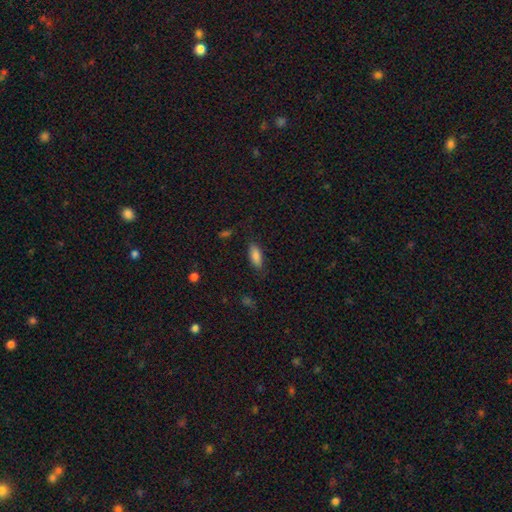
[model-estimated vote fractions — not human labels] This is clearly a smooth galaxy (85%). How rounded: clearly in between (82%). Merging: clearly none (80%).